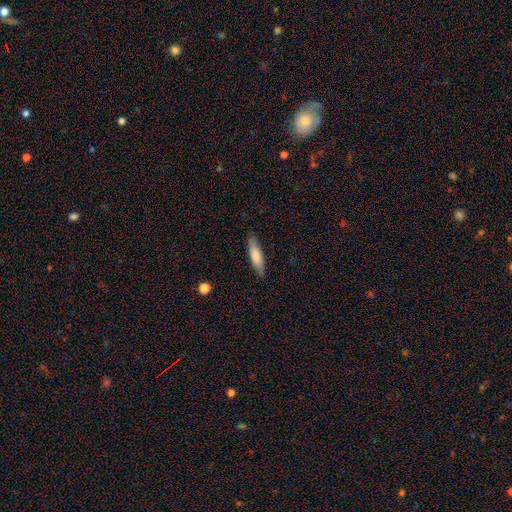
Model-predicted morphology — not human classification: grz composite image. It shows a smooth galaxy with no disk features (79%) that is cigar-shaped (66%). Merging: none (85%).